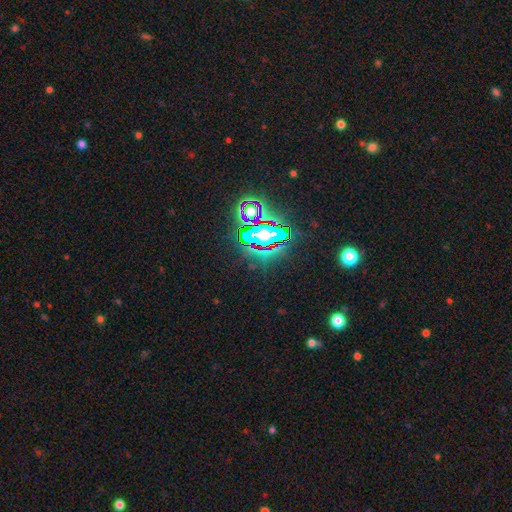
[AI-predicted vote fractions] Overall: star or artifact (84%).